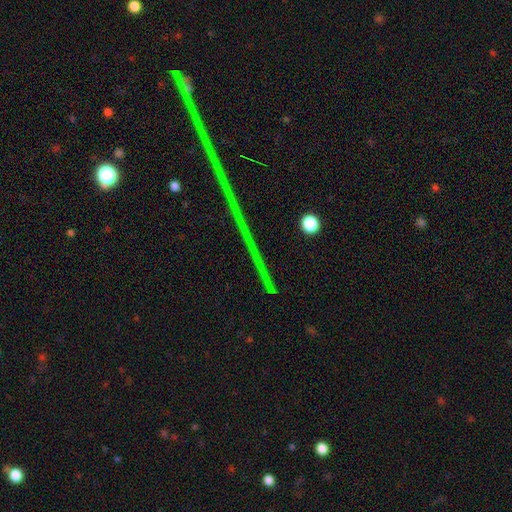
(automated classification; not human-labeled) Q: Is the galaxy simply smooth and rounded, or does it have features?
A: star or artifact — 82%.